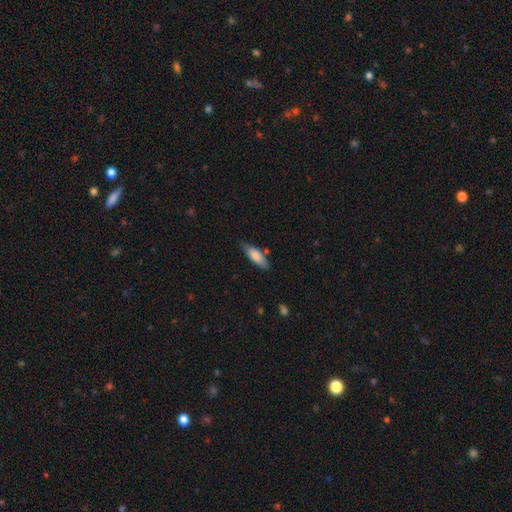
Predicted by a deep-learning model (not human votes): Smooth or featured? smooth (81%)
How rounded? in between (54%)
Merging? none (76%)